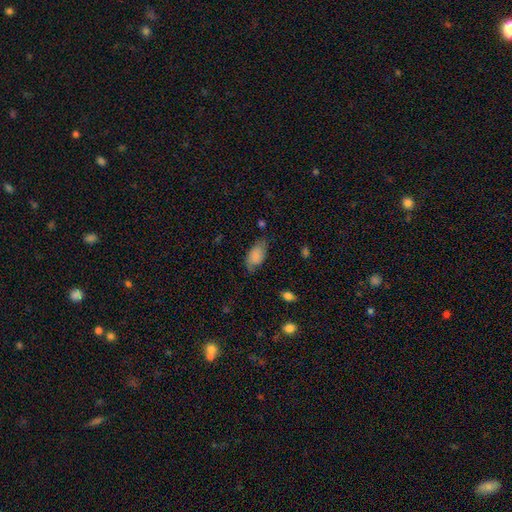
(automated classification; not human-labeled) A smooth galaxy with no disk features (79%) that is in between round and cigar-shaped (92%).

Vote fractions:
- Smooth or featured? smooth: 79% / featured or disk: 13% / star or artifact: 7%
- How rounded? in between: 92% / round: 4% / cigar-shaped: 4%
- Merging? none: 56% / minor disturbance: 33% / major disturbance: 9% / merger: 2%